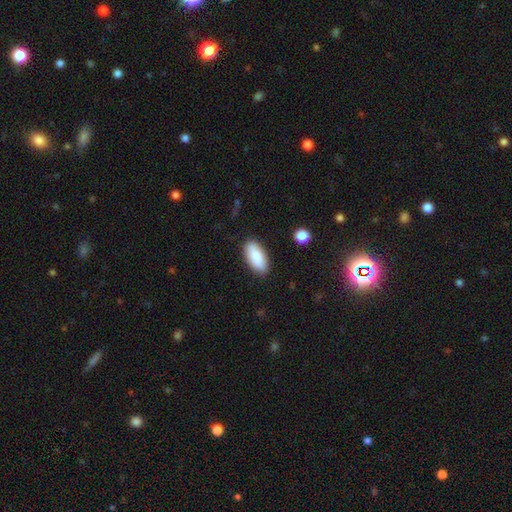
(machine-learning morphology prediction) smooth-or-featured: smooth: 84% | featured or disk: 10% | star or artifact: 6%
  how-rounded: in between: 90% | cigar-shaped: 7% | round: 2%
  merging: none: 87% | minor disturbance: 10% | major disturbance: 2% | merger: 1%